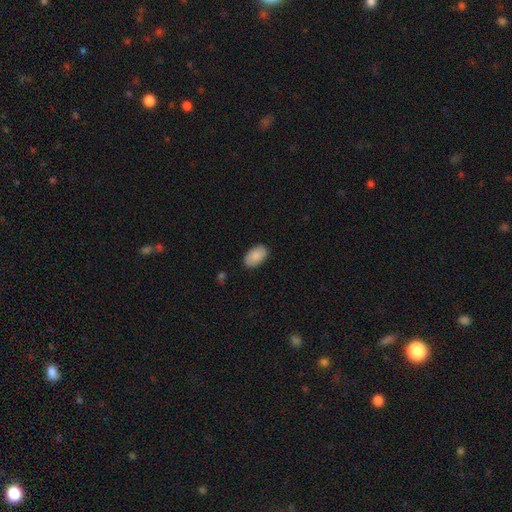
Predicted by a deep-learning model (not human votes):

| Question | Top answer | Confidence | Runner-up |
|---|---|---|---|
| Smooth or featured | smooth | 89% | star or artifact (6%) |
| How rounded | in between | 94% | round (5%) |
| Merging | none | 87% | minor disturbance (10%) |